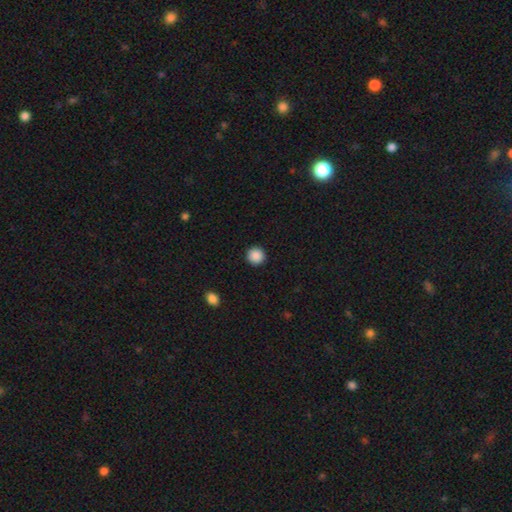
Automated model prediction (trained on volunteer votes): Q: Smooth or featured?
A: smooth (89%); runner-up: star or artifact (9%)
Q: How rounded?
A: round (95%); runner-up: in between (4%)
Q: Merging?
A: none (93%); runner-up: minor disturbance (4%)